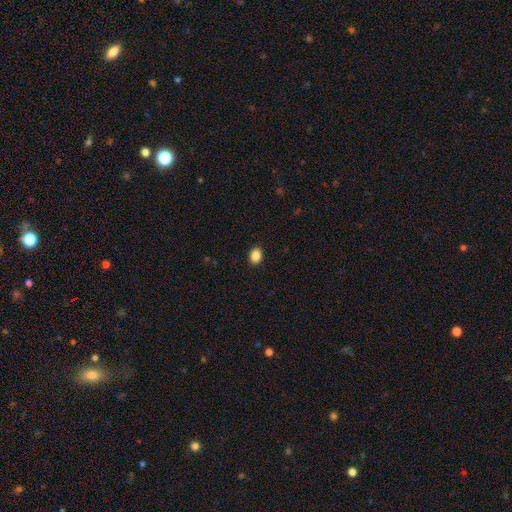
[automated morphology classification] This appears to be a smooth galaxy with no disk features (87%) that is in between round and cigar-shaped (61%). Merging: none (91%).